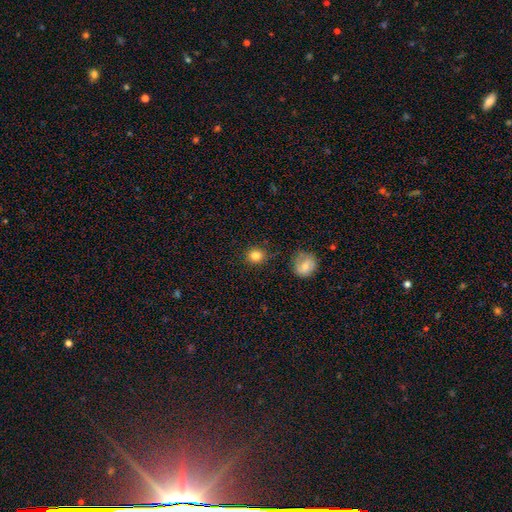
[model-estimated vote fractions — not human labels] A smooth galaxy with no disk features (84%) that is round (80%). Merging: none (85%).